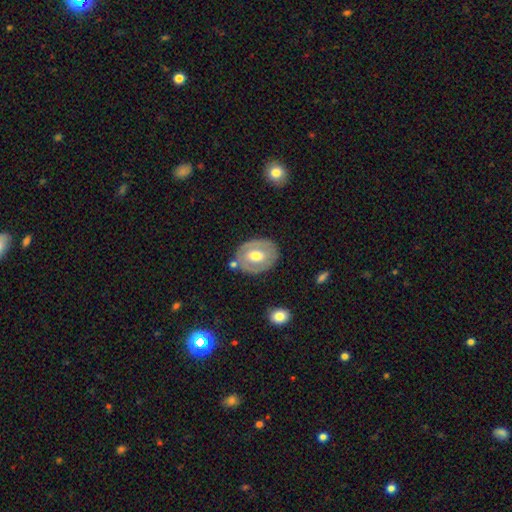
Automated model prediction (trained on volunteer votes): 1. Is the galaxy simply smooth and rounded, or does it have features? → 51% featured or disk, 43% smooth, 6% star or artifact.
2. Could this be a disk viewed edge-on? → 93% no, 7% yes.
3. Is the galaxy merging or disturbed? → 73% none, 16% minor disturbance, 6% merger, 5% major disturbance.